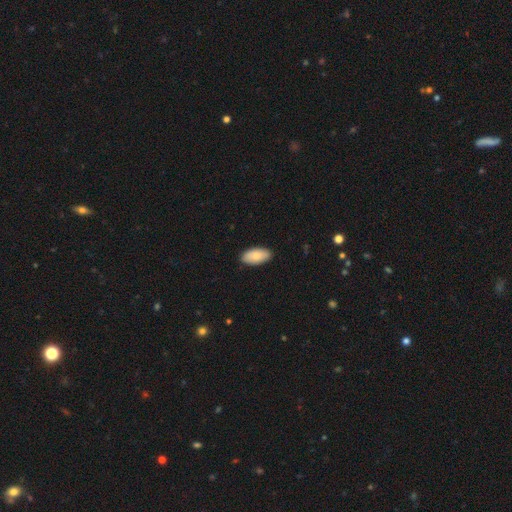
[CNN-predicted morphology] Q: Smooth or featured?
A: smooth (84%); runner-up: featured or disk (10%)
Q: How rounded?
A: in between (93%); runner-up: cigar-shaped (5%)
Q: Merging?
A: none (89%); runner-up: minor disturbance (9%)